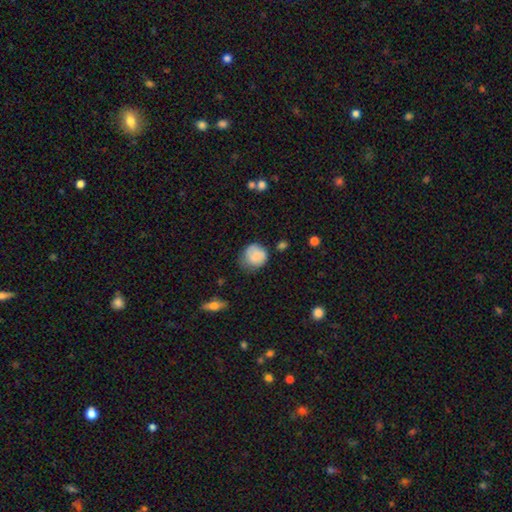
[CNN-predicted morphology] Smooth or featured? Predicted: smooth (p=0.81). How rounded? Predicted: round (p=0.84). Merging? Predicted: none (p=0.58).